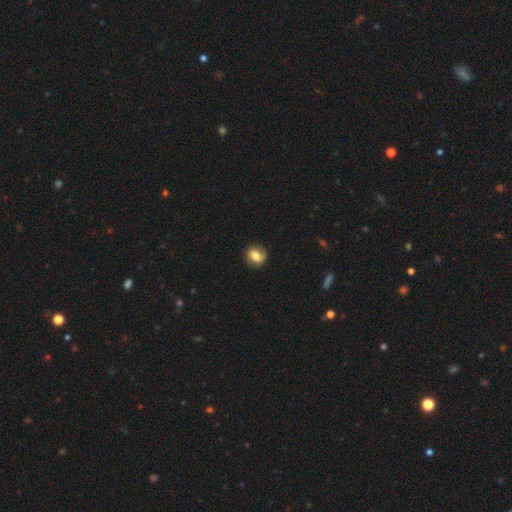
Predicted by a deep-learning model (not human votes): smooth-or-featured: smooth: 52% | featured or disk: 40% | star or artifact: 8%
  how-rounded: round: 63% | in between: 36% | cigar-shaped: 1%
  merging: none: 79% | minor disturbance: 15% | major disturbance: 5% | merger: 1%